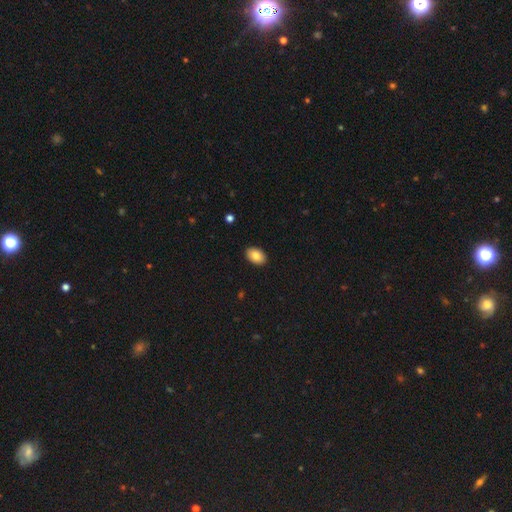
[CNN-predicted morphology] Overall: smooth (85%). How rounded: in between (87%). Merging: none (90%).